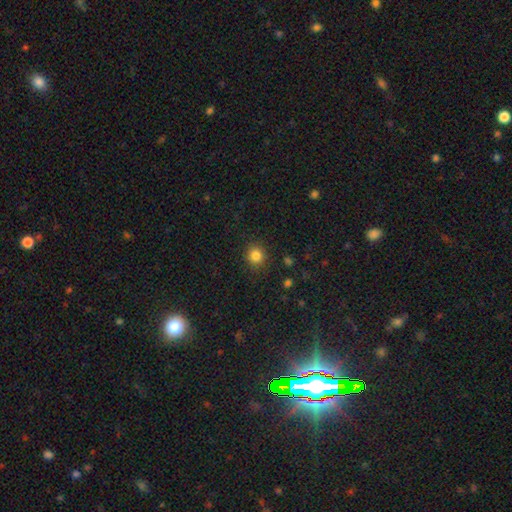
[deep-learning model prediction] This is clearly a smooth galaxy (84%). How rounded: clearly round (88%). Merging: clearly none (90%).